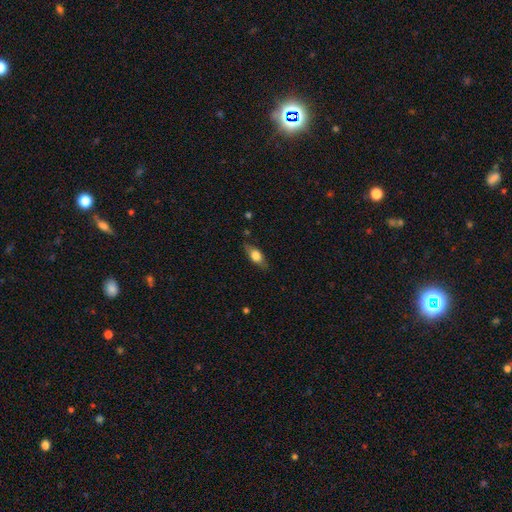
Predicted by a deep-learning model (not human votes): The model was most divided on "smooth or featured": smooth: 66%, featured or disk: 27%, star or artifact: 7%. More confident: merging — none (78%); how rounded — in between (77%).